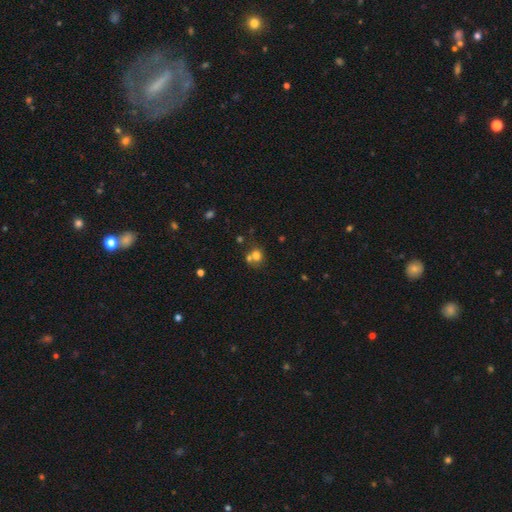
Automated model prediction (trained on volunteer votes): Smooth or featured: smooth — 71% (star or artifact — 15%)
How rounded: round — 75% (in between — 24%)
Merging: merger — 44% (none — 42%)